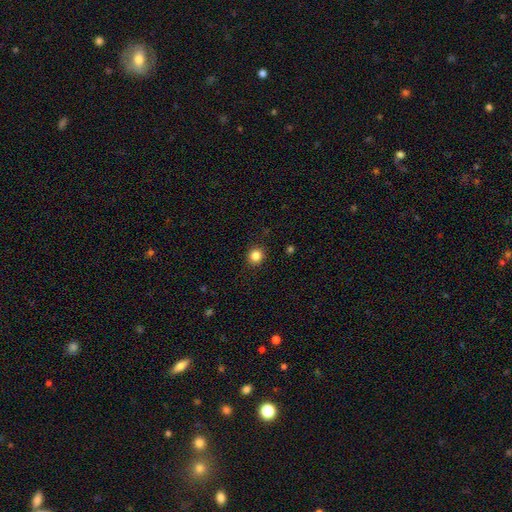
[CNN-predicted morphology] smooth 84%, star or artifact 12%, featured or disk 4%. Down the decision tree: how rounded — round (90%); merging — none (91%).